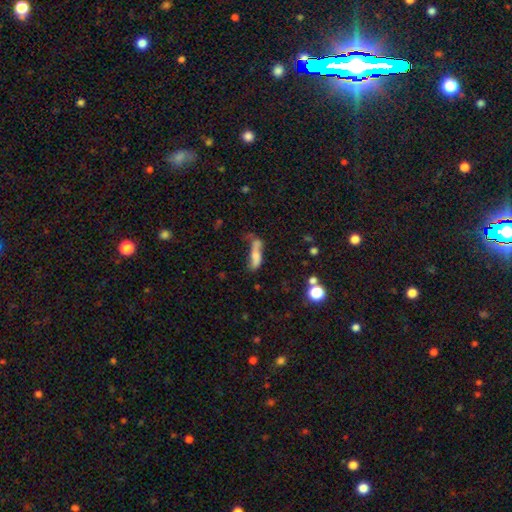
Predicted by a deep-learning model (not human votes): smooth 57%, featured or disk 31%, star or artifact 12%. Down the decision tree: how rounded — in between (48%, tied with cigar-shaped); merging — none (29%).